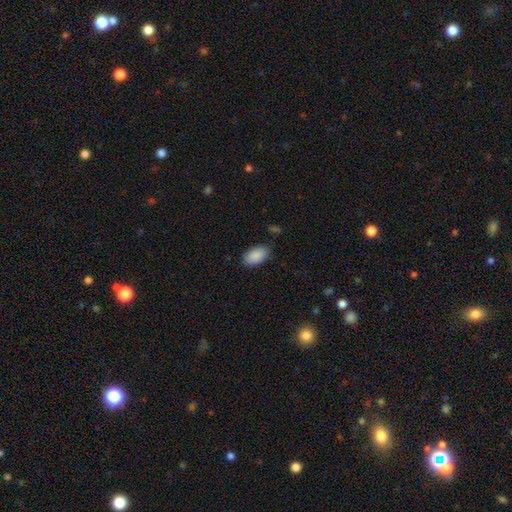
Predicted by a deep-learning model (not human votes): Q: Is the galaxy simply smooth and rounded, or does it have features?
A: smooth — 90%.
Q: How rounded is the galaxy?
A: in between — 94%.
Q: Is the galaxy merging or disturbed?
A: none — 84%.